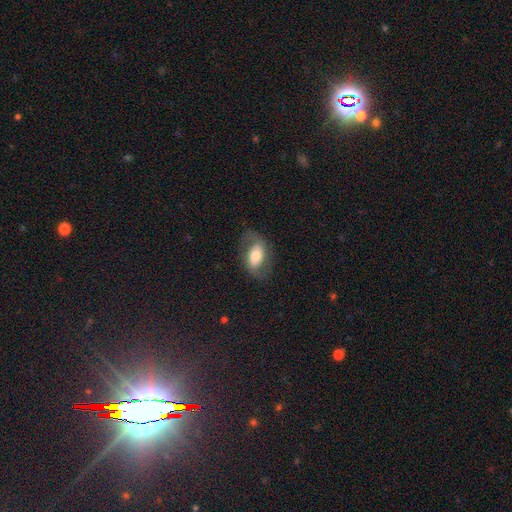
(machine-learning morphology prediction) This appears to be a featured or disk galaxy (52%). Merging: none (71%).